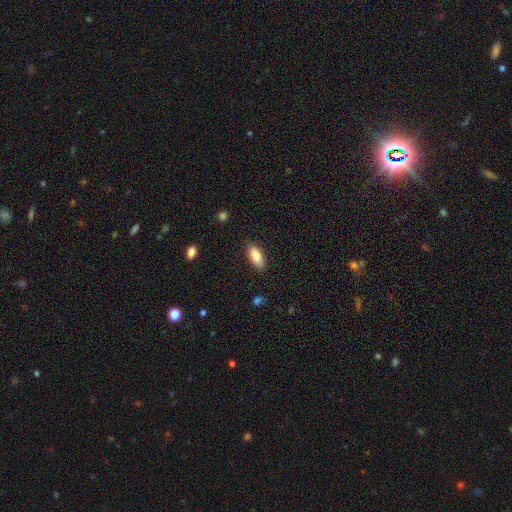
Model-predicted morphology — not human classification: Overall: smooth (84%). How rounded: in between (83%). Merging: none (86%).